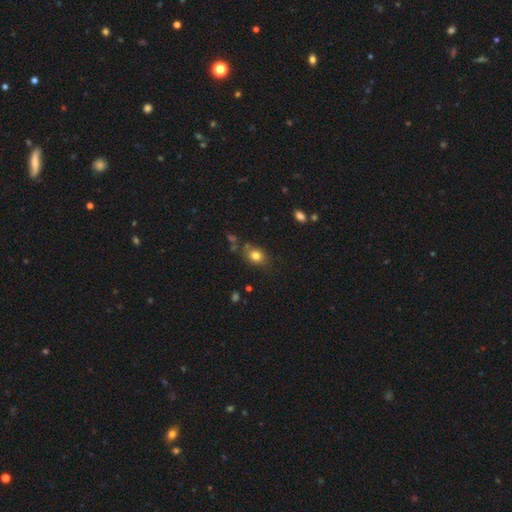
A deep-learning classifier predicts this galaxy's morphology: A smooth galaxy with no disk features (79%) that is in between round and cigar-shaped (63%). Merging: none (73%).